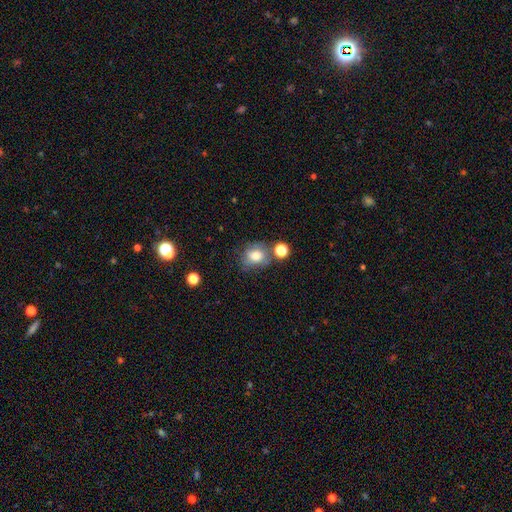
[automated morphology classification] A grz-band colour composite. It shows a smooth galaxy with no disk features (75%) that is round (58%). Merging: none (51%).